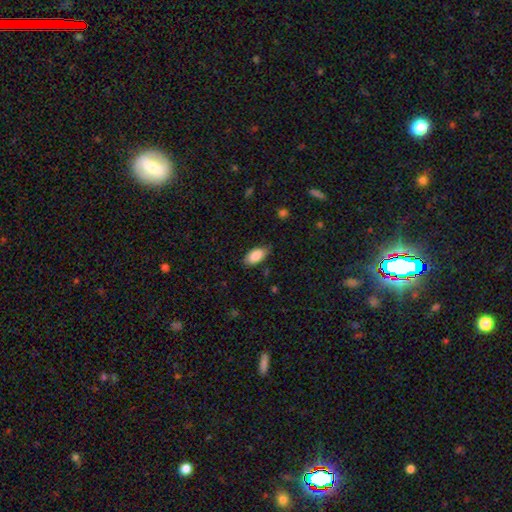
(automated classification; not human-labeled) This is clearly a smooth galaxy (87%). How rounded: clearly in between (92%). Merging: likely none (77%).